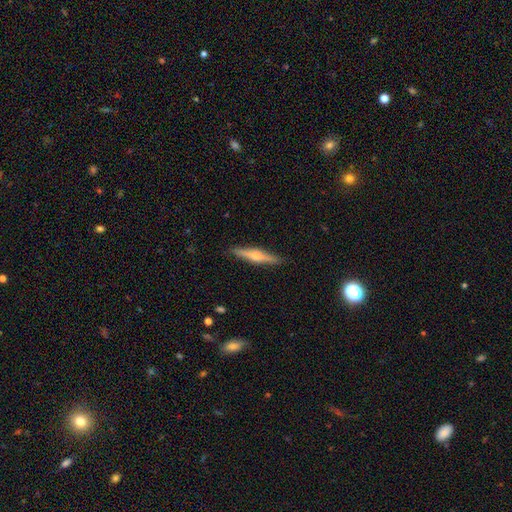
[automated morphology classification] A featured or disk galaxy (60%) viewed edge-on (96%) with a rounded central bulge (86%).

Vote fractions:
- Smooth or featured? featured or disk: 60% / smooth: 35% / star or artifact: 6%
- Edge-on disk? yes: 96% / no: 4%
- Edge-on bulge? rounded: 86% / none: 8% / boxy: 6%
- Merging? none: 90% / minor disturbance: 7% / major disturbance: 2% / merger: 1%